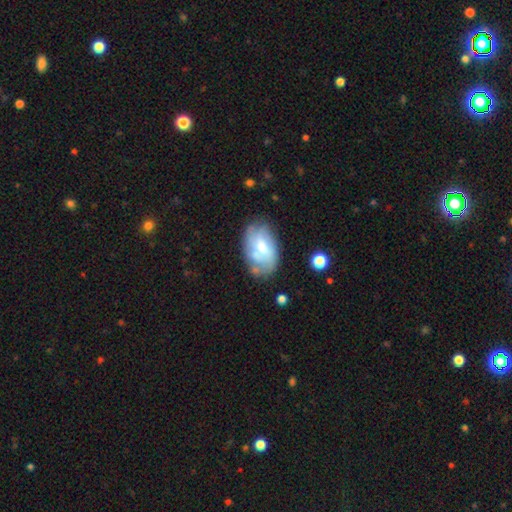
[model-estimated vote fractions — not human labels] Q: Smooth or featured?
A: smooth (49%); runner-up: featured or disk (44%)
Q: Merging?
A: none (58%); runner-up: minor disturbance (26%)